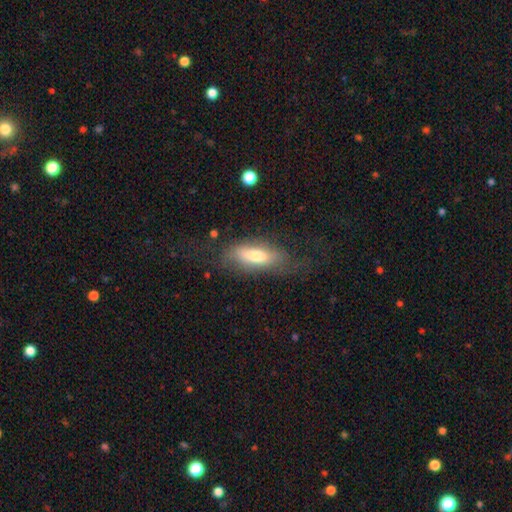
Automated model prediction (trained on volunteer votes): Overall: smooth (61%; featured or disk 32%). How rounded: in between (66%; cigar-shaped 31%). Merging: none (57%; minor disturbance 22%).